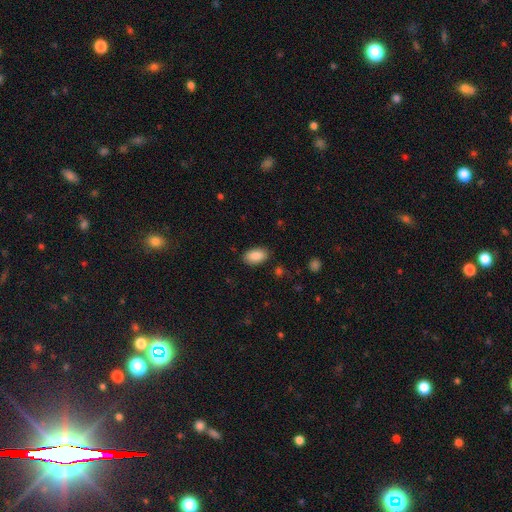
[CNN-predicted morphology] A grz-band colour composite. It shows a smooth galaxy with no disk features (88%) that is in between round and cigar-shaped (94%). Merging: none (86%).